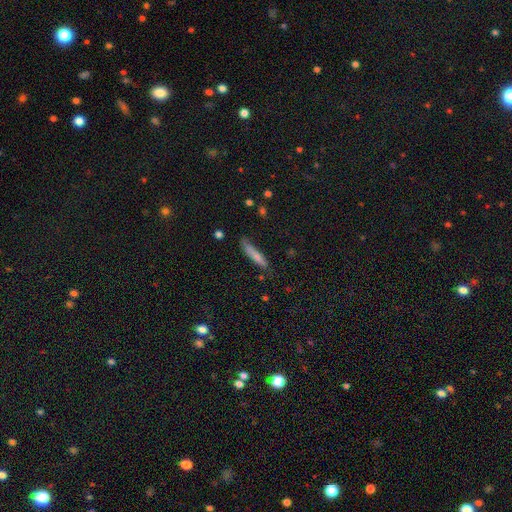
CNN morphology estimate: A smooth galaxy with no disk features (72%) that is cigar-shaped (89%). Merging: none (67%).